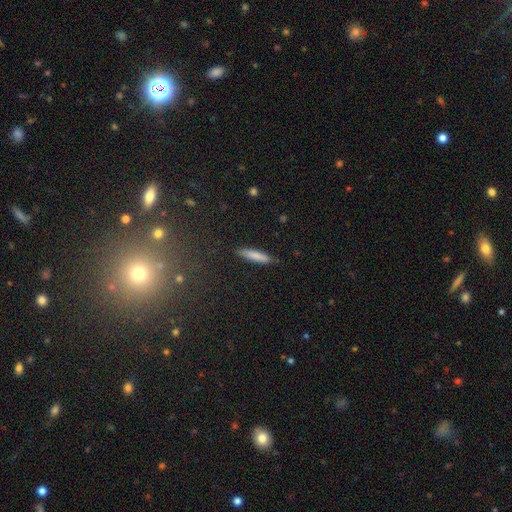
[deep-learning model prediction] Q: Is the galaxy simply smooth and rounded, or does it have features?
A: smooth — 80%.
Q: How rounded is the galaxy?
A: cigar-shaped — 84%.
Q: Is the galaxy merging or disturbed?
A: none — 86%.